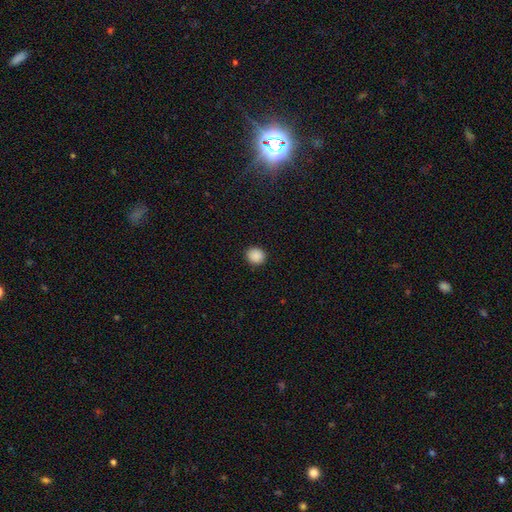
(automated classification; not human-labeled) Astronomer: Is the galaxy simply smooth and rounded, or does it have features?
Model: smooth — 88%.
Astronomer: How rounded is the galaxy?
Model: round — 82%.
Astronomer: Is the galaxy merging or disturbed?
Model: none — 91%.